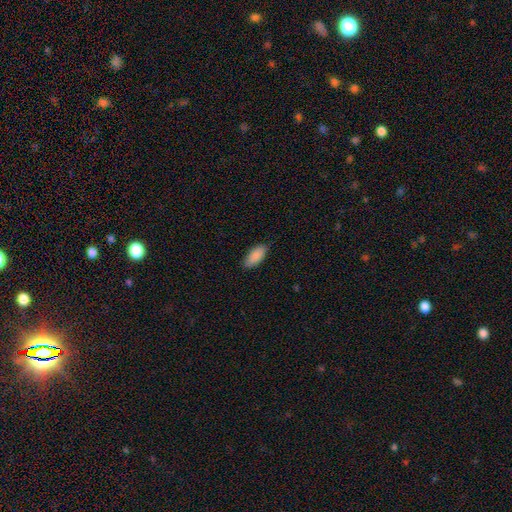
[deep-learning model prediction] This appears to be a smooth galaxy with no disk features (89%) that is in between round and cigar-shaped (89%). Merging: none (84%).